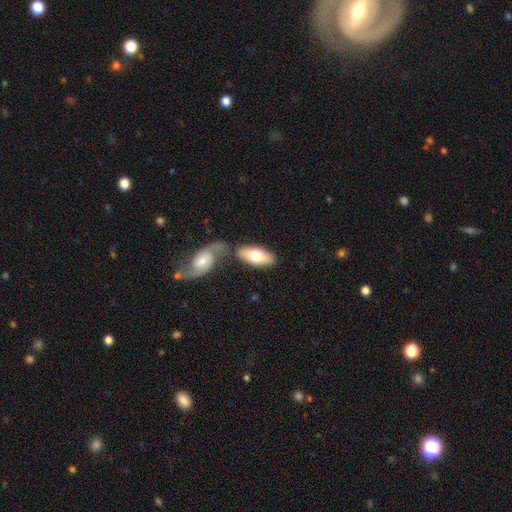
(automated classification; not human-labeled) Morphology: type=smooth (68%); roundness=in between (87%); merging=none (57%).